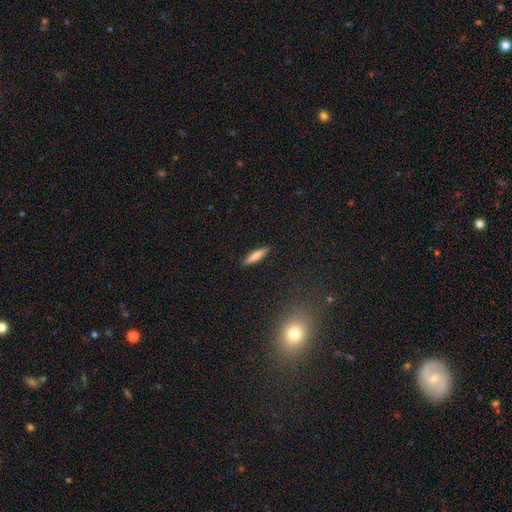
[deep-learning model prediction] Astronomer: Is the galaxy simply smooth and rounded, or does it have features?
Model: smooth — 74%.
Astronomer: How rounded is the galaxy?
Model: cigar-shaped — 79%.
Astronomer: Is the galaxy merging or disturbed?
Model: none — 90%.